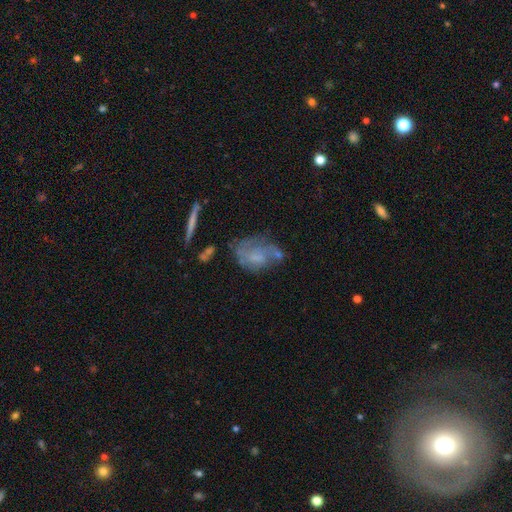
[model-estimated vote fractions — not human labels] Smooth or featured? featured or disk (51%)
Edge-on disk? no (94%)
Merging? none (38%)